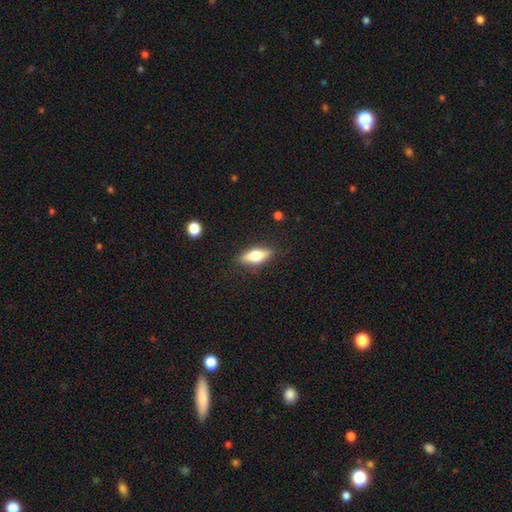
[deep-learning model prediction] Smooth or featured? smooth (61%)
How rounded? in between (65%)
Merging? none (85%)